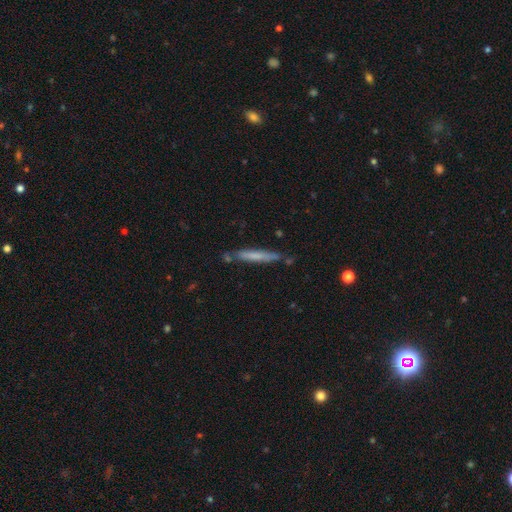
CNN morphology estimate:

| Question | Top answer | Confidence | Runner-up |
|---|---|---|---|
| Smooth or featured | smooth | 60% | featured or disk (34%) |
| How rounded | cigar-shaped | 95% | in between (4%) |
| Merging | none | 77% | minor disturbance (15%) |